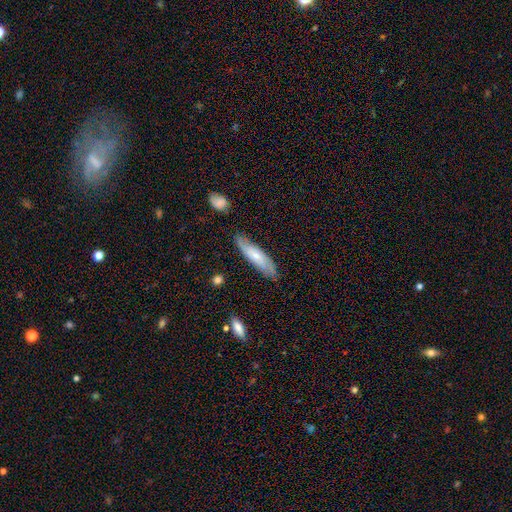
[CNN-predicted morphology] type=smooth (51%); roundness=cigar-shaped (64%); merging=none (77%).